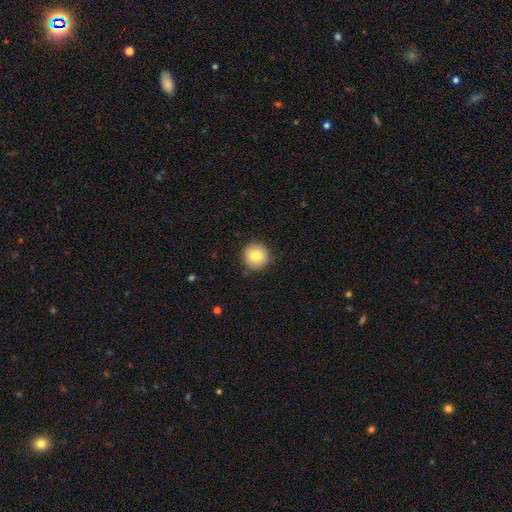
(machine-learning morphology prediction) The model was most divided on "smooth or featured": smooth: 81%, featured or disk: 11%, star or artifact: 9%. More confident: how rounded — round (94%); merging — none (88%).